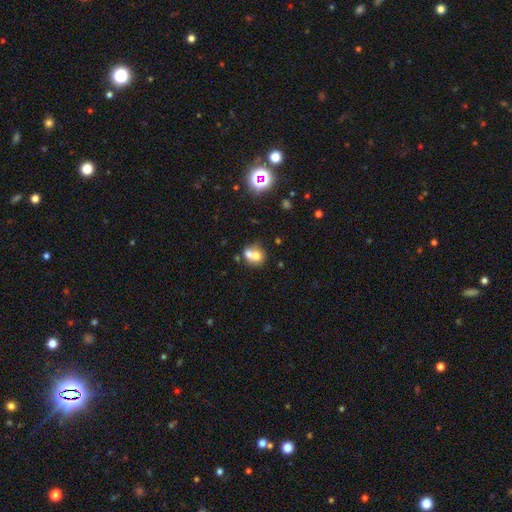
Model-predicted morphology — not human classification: Smooth or featured: smooth — 64% (featured or disk — 24%)
How rounded: round — 67% (in between — 31%)
Merging: merger — 62% (none — 27%)